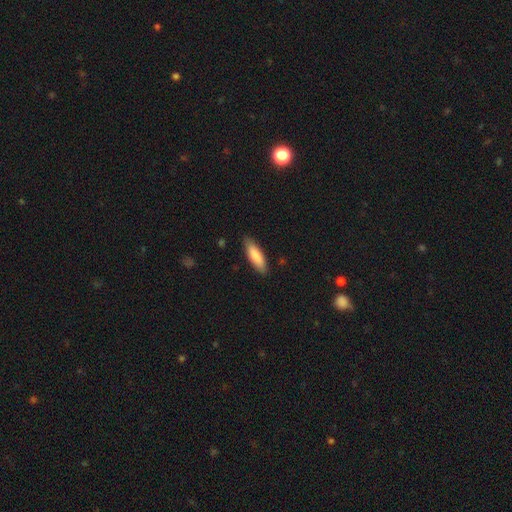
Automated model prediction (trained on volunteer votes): Smooth or featured? Predicted: smooth (p=0.83). How rounded? Predicted: cigar-shaped (p=0.53). Merging? Predicted: none (p=0.85).